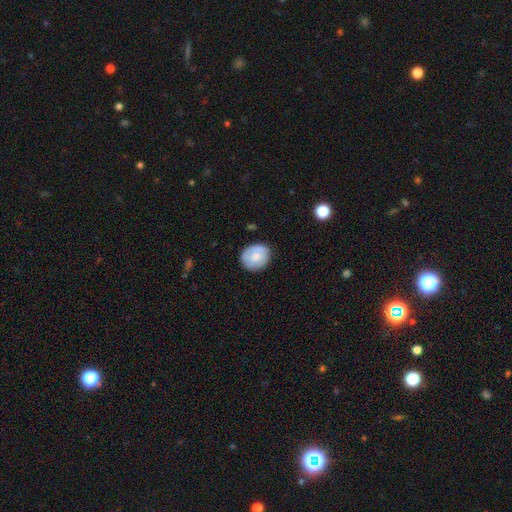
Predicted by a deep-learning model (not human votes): Smooth or featured?
  - smooth: 65% *
  - featured or disk: 28%
  - star or artifact: 7%
How rounded?
  - round: 70% *
  - in between: 29%
  - cigar-shaped: 1%
Merging?
  - none: 81% *
  - minor disturbance: 15%
  - major disturbance: 3%
  - merger: 1%